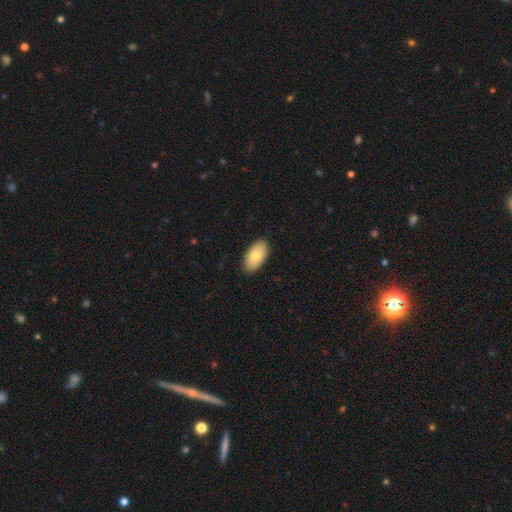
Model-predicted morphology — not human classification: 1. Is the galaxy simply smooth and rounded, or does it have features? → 82% smooth, 12% featured or disk, 6% star or artifact.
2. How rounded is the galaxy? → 95% in between, 3% round, 2% cigar-shaped.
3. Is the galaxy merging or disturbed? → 87% none, 10% minor disturbance, 2% major disturbance, 1% merger.